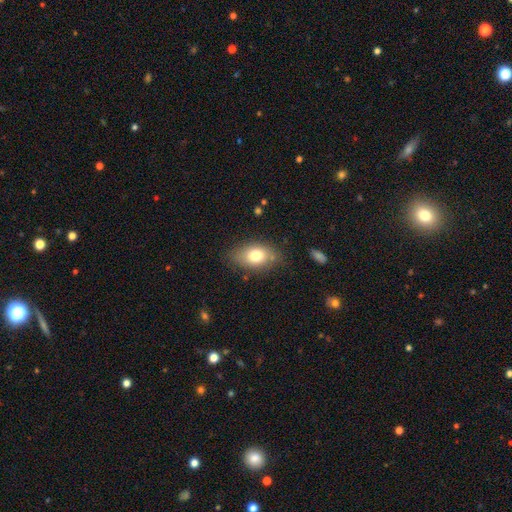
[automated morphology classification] Smooth or featured: smooth — 75% (featured or disk — 17%)
How rounded: in between — 85% (round — 13%)
Merging: none — 77% (minor disturbance — 16%)